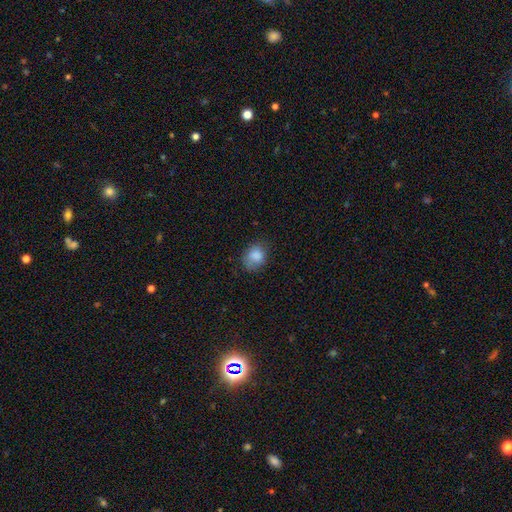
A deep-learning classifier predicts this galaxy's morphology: Smooth or featured: smooth — 84% (star or artifact — 9%)
How rounded: in between — 53% (round — 46%)
Merging: none — 63% (minor disturbance — 27%)